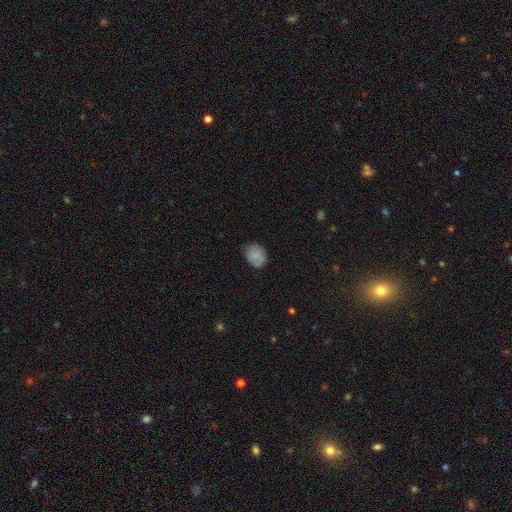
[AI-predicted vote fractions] smooth 78%, featured or disk 14%, star or artifact 9%. Down the decision tree: how rounded — round (54%); merging — none (72%).